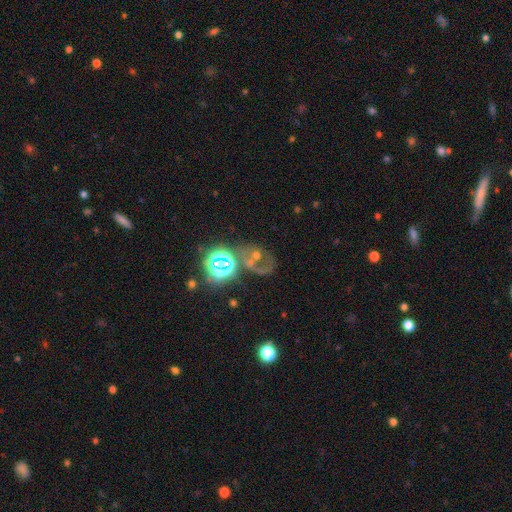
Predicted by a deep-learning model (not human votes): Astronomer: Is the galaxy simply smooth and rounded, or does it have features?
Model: star or artifact — 43% (runner-up: featured or disk, 34%).